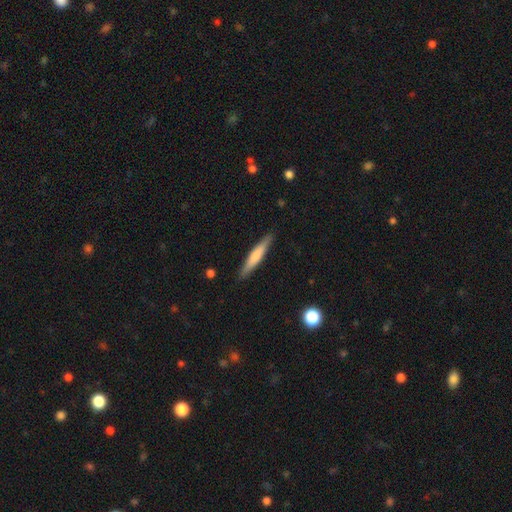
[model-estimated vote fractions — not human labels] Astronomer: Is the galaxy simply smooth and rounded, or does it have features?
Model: smooth — 62%.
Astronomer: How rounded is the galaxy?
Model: cigar-shaped — 92%.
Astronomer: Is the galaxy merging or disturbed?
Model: none — 89%.